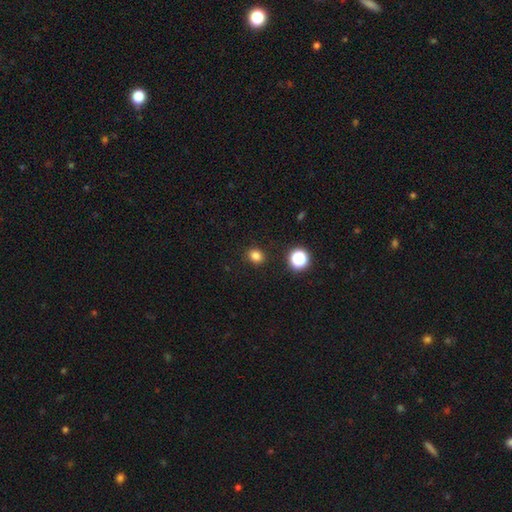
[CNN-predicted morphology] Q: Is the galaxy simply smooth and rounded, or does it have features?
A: smooth — 81%.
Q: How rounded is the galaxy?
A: round — 61%.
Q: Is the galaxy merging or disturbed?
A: none — 89%.